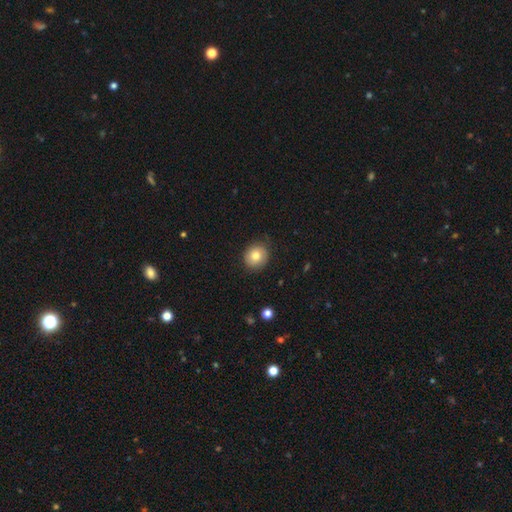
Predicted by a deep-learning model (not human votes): Morphology: type=smooth (78%); roundness=round (81%); merging=none (83%).